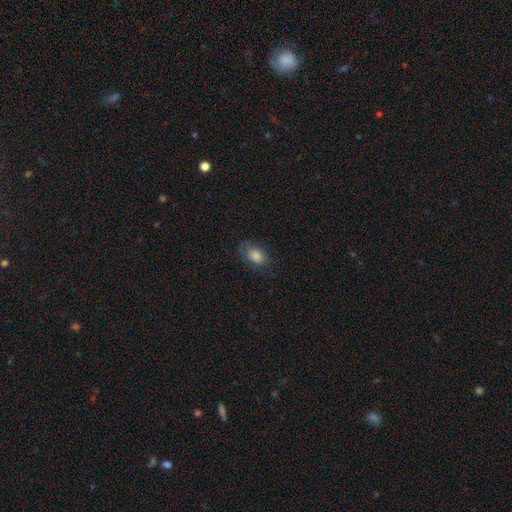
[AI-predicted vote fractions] This is likely a smooth galaxy (78%). How rounded: clearly in between (83%). Merging: likely none (73%).